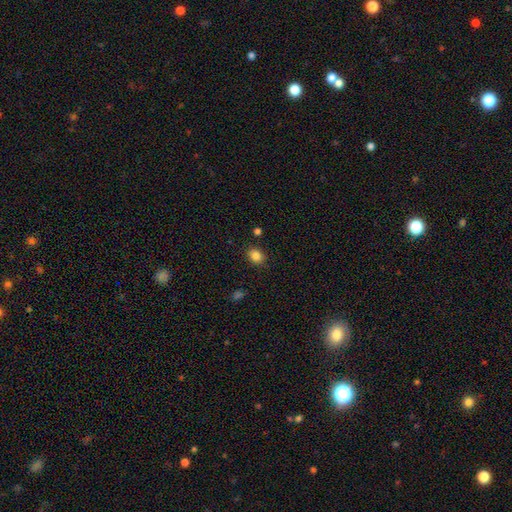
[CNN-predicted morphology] smooth 84%, star or artifact 11%, featured or disk 5%. Down the decision tree: how rounded — round (52%); merging — none (86%).